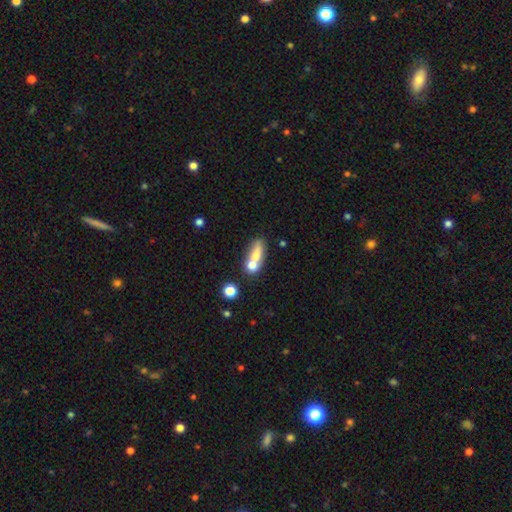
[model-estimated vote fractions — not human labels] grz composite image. It shows a smooth galaxy with no disk features (64%) that is in between round and cigar-shaped (53%). Merging: merger (45%).